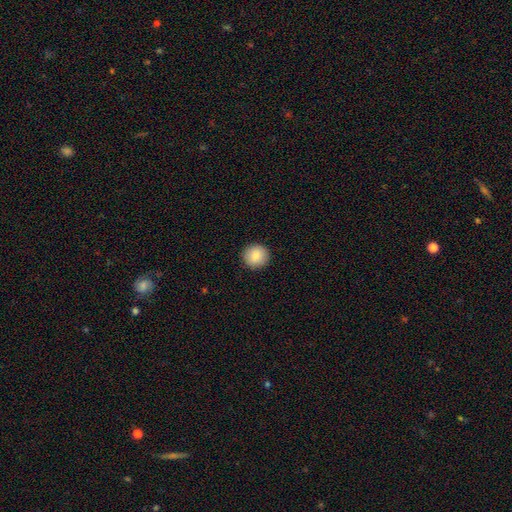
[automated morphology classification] A smooth galaxy with no disk features (86%) that is round (92%).

Vote fractions:
- Smooth or featured? smooth: 86% / star or artifact: 8% / featured or disk: 6%
- How rounded? round: 92% / in between: 7% / cigar-shaped: 1%
- Merging? none: 92% / minor disturbance: 6% / major disturbance: 2% / merger: 1%